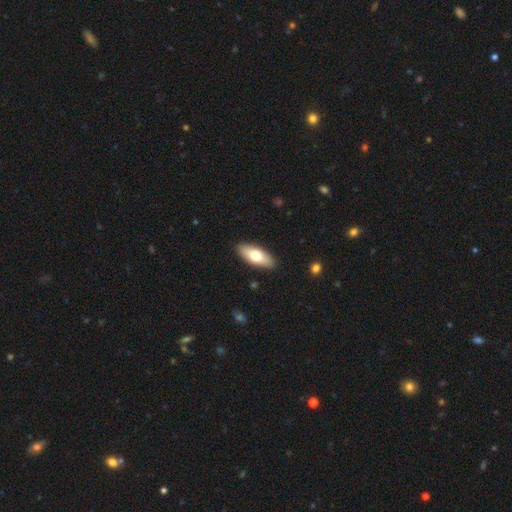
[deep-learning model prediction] This appears to be a smooth galaxy with no disk features (69%) that is in between round and cigar-shaped (76%). Merging: none (89%).